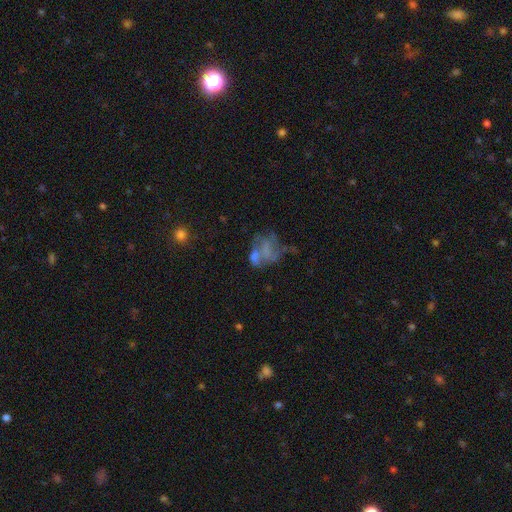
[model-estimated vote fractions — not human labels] Smooth or featured?
  - featured or disk: 49% *
  - smooth: 34%
  - star or artifact: 18%
Merging?
  - none: 30% *
  - major disturbance: 29%
  - merger: 24%
  - minor disturbance: 16%